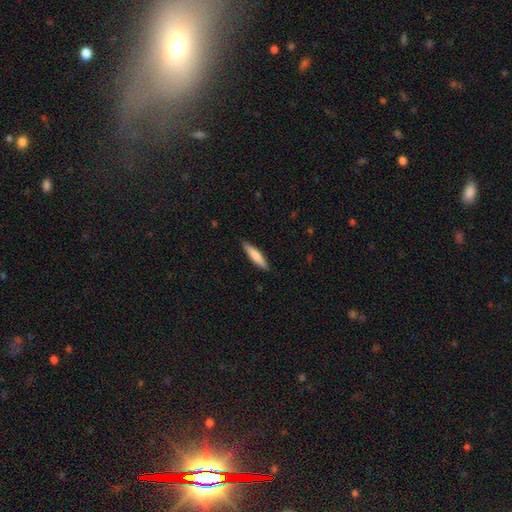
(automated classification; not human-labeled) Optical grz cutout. It shows a smooth galaxy with no disk features (75%) that is cigar-shaped (82%). Merging: none (89%).